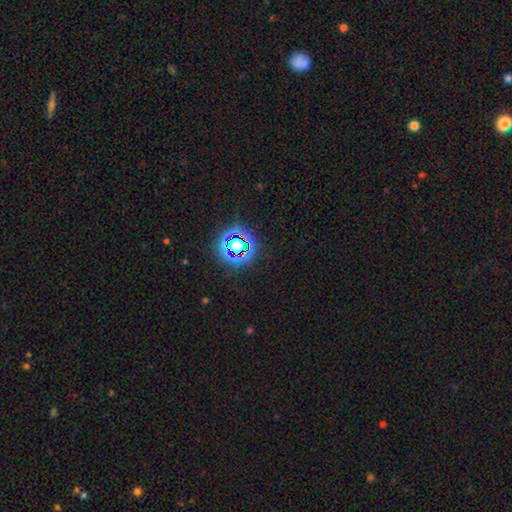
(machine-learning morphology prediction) The model was most divided on "smooth or featured": star or artifact: 75%, smooth: 18%, featured or disk: 7%.